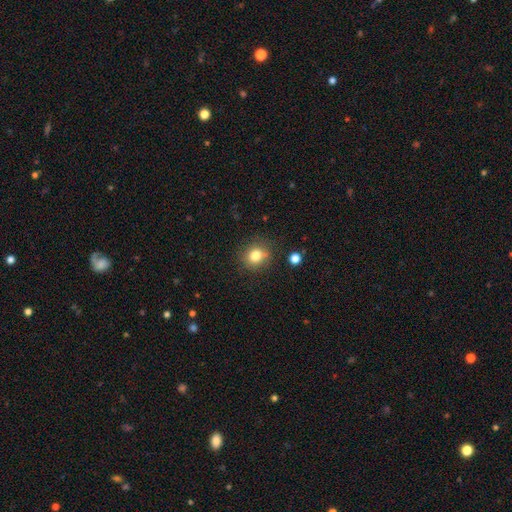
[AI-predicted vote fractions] A smooth galaxy with no disk features (79%) that is round (81%). Merging: none (79%).